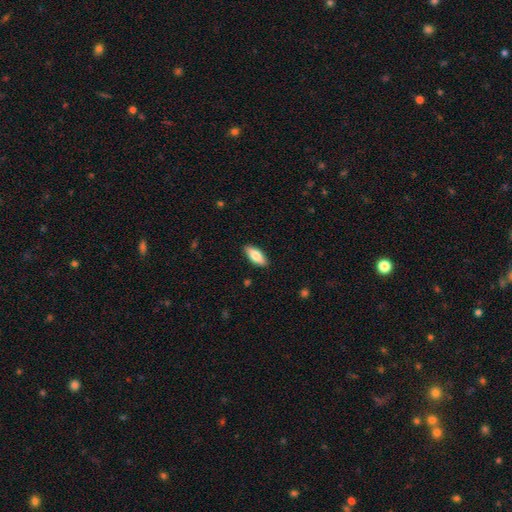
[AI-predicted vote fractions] Smooth or featured?
  - smooth: 77% *
  - featured or disk: 17%
  - star or artifact: 6%
How rounded?
  - in between: 78% *
  - cigar-shaped: 19%
  - round: 2%
Merging?
  - none: 88% *
  - minor disturbance: 9%
  - major disturbance: 2%
  - merger: 1%